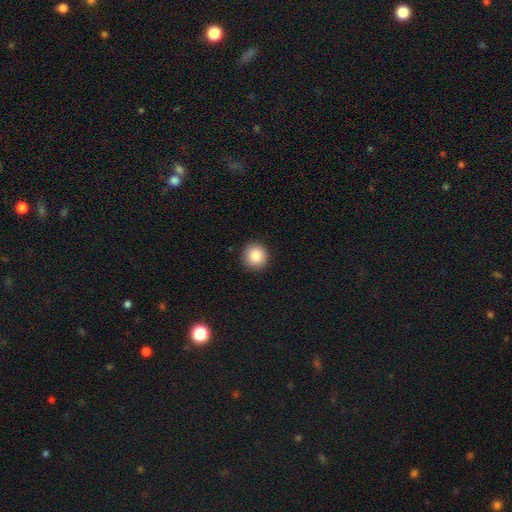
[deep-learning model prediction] smooth-or-featured: smooth: 87% | star or artifact: 8% | featured or disk: 4%
  how-rounded: round: 94% | in between: 5% | cigar-shaped: 1%
  merging: none: 92% | minor disturbance: 6% | major disturbance: 2% | merger: 1%